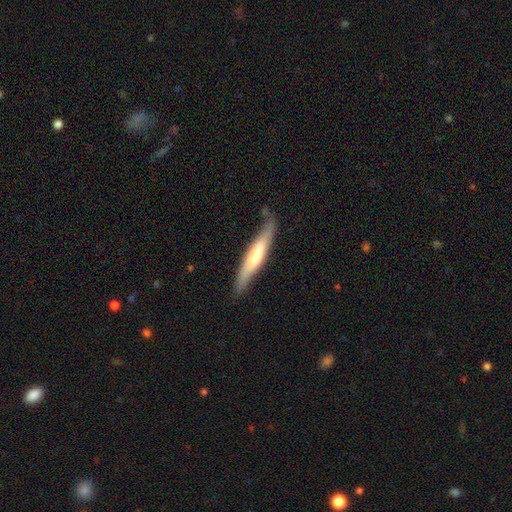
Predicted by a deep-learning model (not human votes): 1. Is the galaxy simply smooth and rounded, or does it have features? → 52% smooth, 43% featured or disk, 5% star or artifact.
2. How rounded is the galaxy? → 90% cigar-shaped, 9% in between, 1% round.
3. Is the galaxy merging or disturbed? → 76% none, 18% minor disturbance, 4% major disturbance, 2% merger.